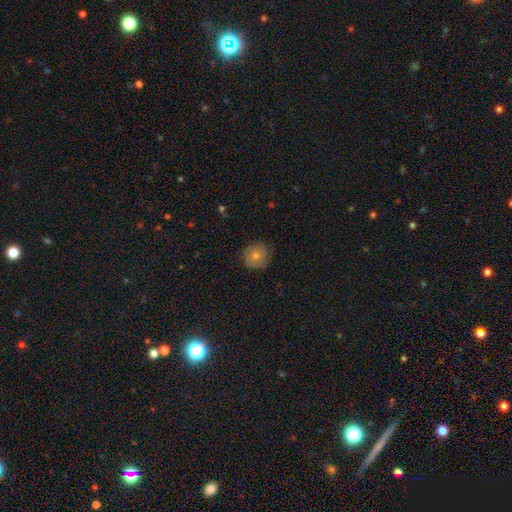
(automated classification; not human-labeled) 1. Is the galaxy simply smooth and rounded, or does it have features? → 67% smooth, 21% featured or disk, 12% star or artifact.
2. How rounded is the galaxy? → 88% round, 11% in between, 1% cigar-shaped.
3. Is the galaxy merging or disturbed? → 83% none, 13% minor disturbance, 3% major disturbance, 1% merger.